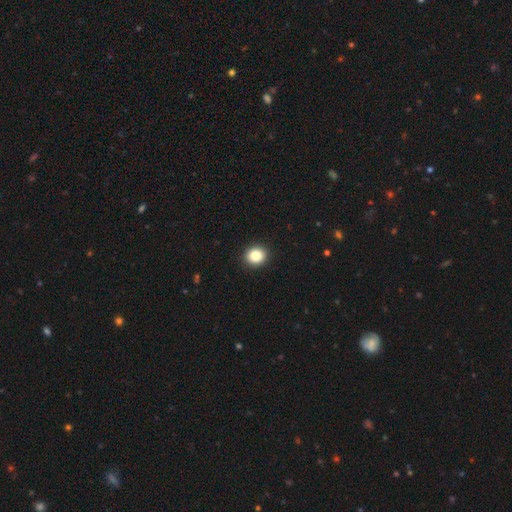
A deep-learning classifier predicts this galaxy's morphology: smooth 86%, star or artifact 10%, featured or disk 5%. Down the decision tree: how rounded — round (80%); merging — none (93%).